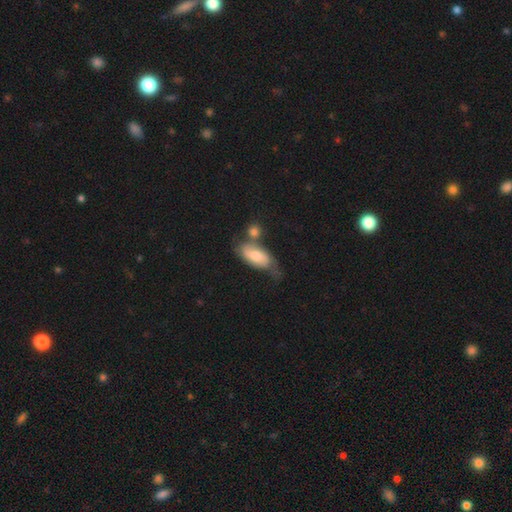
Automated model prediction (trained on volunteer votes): Smooth or featured?
  - smooth: 61% *
  - featured or disk: 32%
  - star or artifact: 7%
How rounded?
  - in between: 87% *
  - cigar-shaped: 9%
  - round: 4%
Merging?
  - none: 36% *
  - merger: 29%
  - minor disturbance: 24%
  - major disturbance: 12%